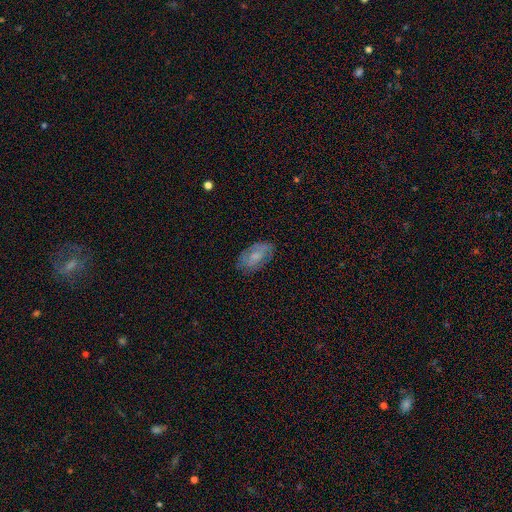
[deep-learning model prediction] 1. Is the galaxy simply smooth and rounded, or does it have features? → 54% smooth, 37% featured or disk, 9% star or artifact.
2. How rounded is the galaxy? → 91% in between, 6% round, 3% cigar-shaped.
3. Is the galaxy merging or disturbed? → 75% none, 18% minor disturbance, 6% major disturbance, 1% merger.